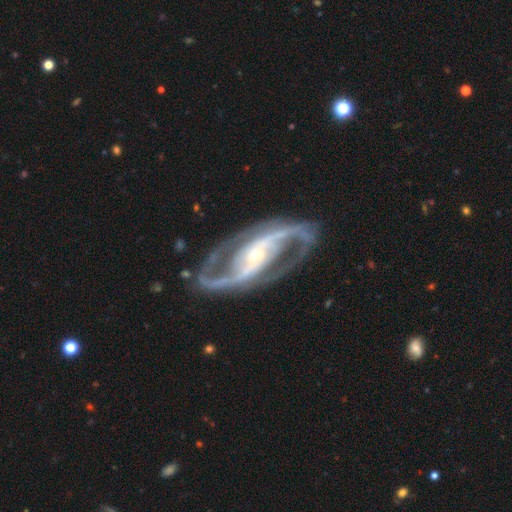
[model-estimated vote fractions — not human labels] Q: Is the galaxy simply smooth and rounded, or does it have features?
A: featured or disk — 93%.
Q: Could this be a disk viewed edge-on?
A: no — 96%.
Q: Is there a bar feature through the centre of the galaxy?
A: strong — 46%.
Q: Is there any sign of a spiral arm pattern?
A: yes — 98%.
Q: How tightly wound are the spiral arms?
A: medium — 60%.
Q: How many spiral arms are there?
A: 2 — 94%.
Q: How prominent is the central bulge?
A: small — 63%.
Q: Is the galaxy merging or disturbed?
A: none — 82%.